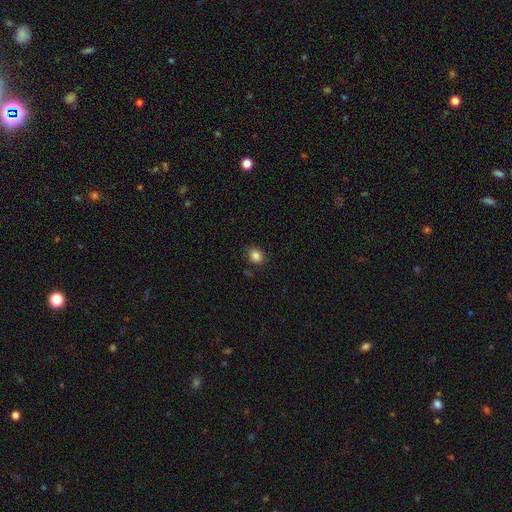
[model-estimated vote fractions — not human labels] Smooth or featured?
  - smooth: 85% *
  - star or artifact: 11%
  - featured or disk: 4%
How rounded?
  - round: 70% *
  - in between: 29%
  - cigar-shaped: 1%
Merging?
  - none: 84% *
  - minor disturbance: 11%
  - major disturbance: 3%
  - merger: 2%